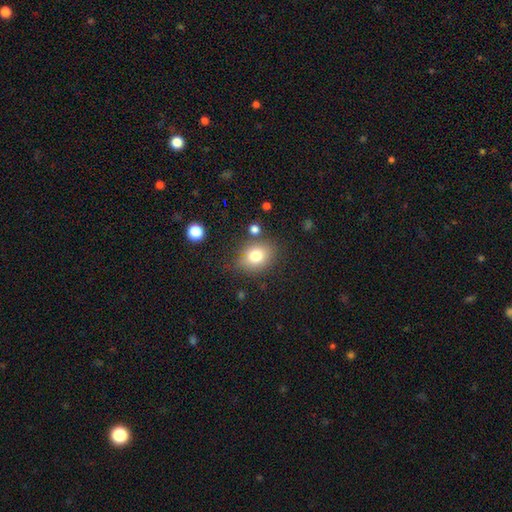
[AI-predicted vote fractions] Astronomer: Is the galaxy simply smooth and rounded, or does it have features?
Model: smooth — 78%.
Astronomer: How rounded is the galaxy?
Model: in between — 51% (runner-up: round, 47%).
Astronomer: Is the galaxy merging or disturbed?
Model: none — 75%.